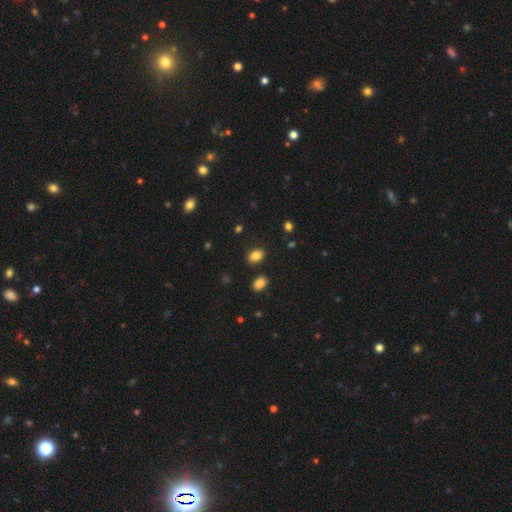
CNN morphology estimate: Smooth or featured? Predicted: smooth (p=0.85). How rounded? Predicted: in between (p=0.74). Merging? Predicted: none (p=0.85).